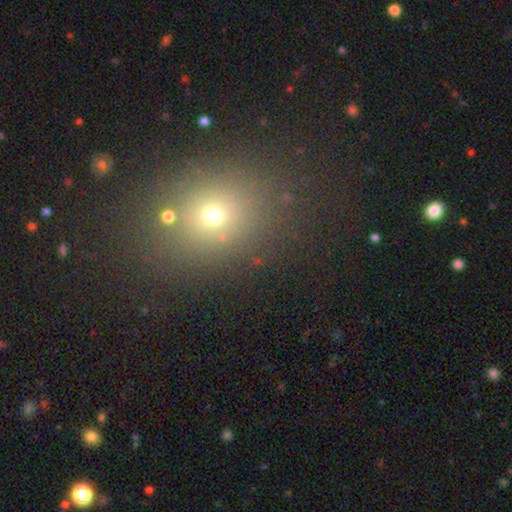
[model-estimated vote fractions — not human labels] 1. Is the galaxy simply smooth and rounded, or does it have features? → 61% smooth, 28% star or artifact, 11% featured or disk.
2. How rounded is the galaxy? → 56% round, 43% in between, 1% cigar-shaped.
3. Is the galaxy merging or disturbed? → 82% none, 10% minor disturbance, 4% major disturbance, 4% merger.